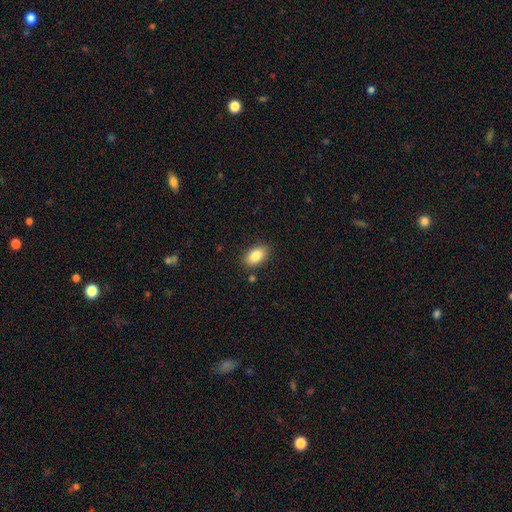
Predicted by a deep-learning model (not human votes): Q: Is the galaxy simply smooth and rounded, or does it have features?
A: smooth — 86%.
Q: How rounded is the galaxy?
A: in between — 91%.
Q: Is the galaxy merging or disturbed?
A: none — 85%.